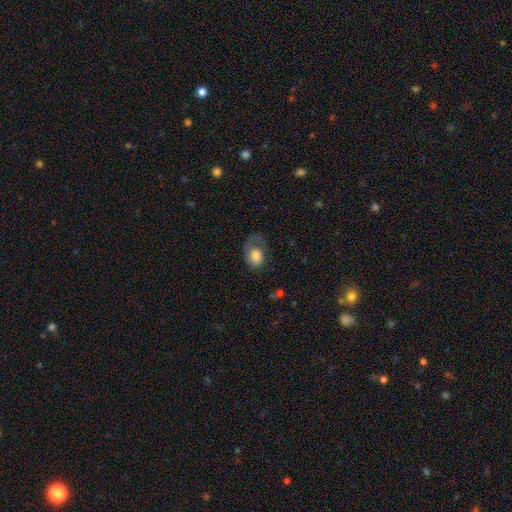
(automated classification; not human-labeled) A smooth galaxy with no disk features (66%) that is in between round and cigar-shaped (67%).

Vote fractions:
- Smooth or featured? smooth: 66% / featured or disk: 26% / star or artifact: 8%
- How rounded? in between: 67% / round: 32% / cigar-shaped: 1%
- Merging? major disturbance: 41% / none: 33% / minor disturbance: 24% / merger: 2%